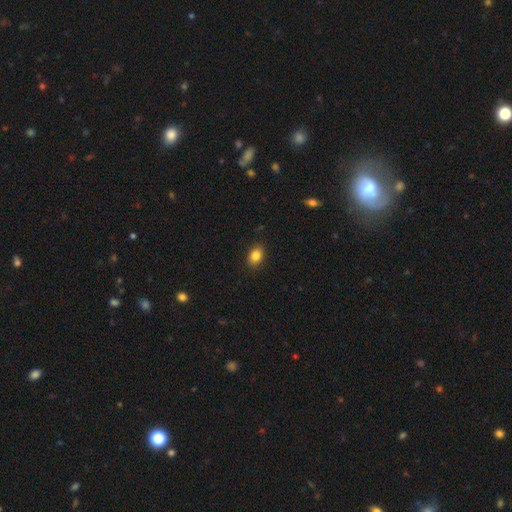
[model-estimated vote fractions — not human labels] This is clearly a smooth galaxy (85%). How rounded: likely in between (74%). Merging: clearly none (88%).